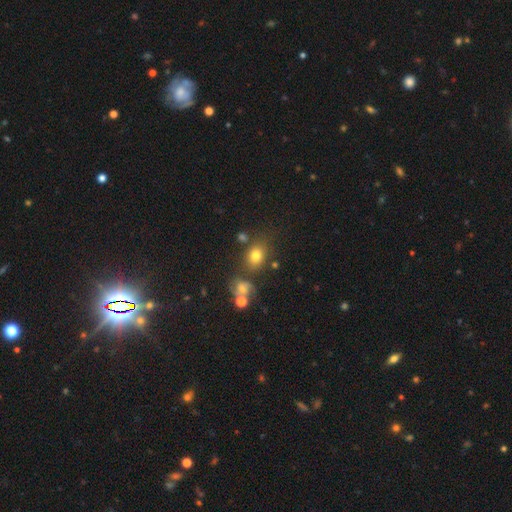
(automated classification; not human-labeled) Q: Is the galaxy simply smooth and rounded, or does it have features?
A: smooth — 74%.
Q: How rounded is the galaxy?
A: in between — 53%.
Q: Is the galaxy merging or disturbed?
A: none — 68%.